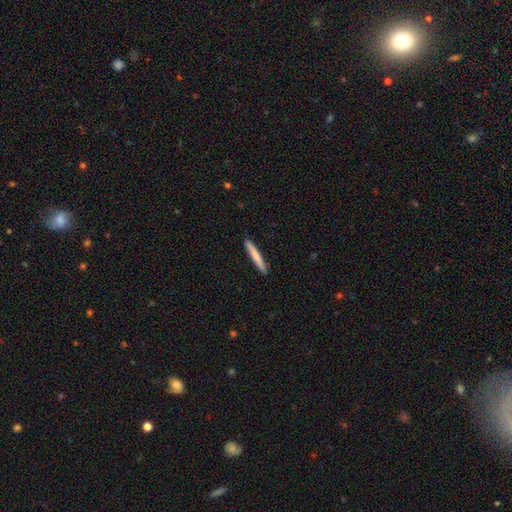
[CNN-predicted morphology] The model was most divided on "smooth or featured": smooth: 76%, featured or disk: 19%, star or artifact: 5%. More confident: how rounded — cigar-shaped (95%); merging — none (89%).